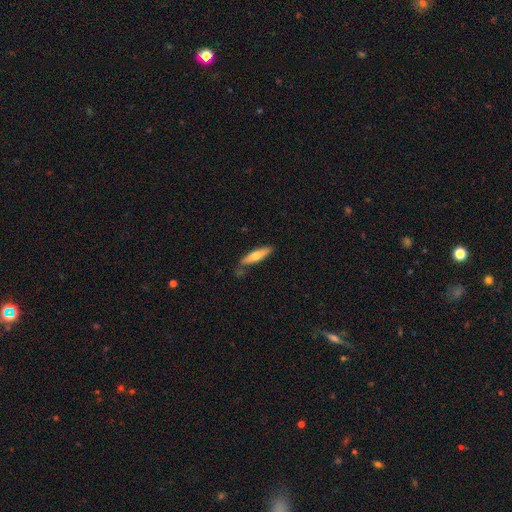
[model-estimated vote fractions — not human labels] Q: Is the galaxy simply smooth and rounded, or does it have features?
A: smooth — 61%.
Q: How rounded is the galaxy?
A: cigar-shaped — 76%.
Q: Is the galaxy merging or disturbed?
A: none — 79%.